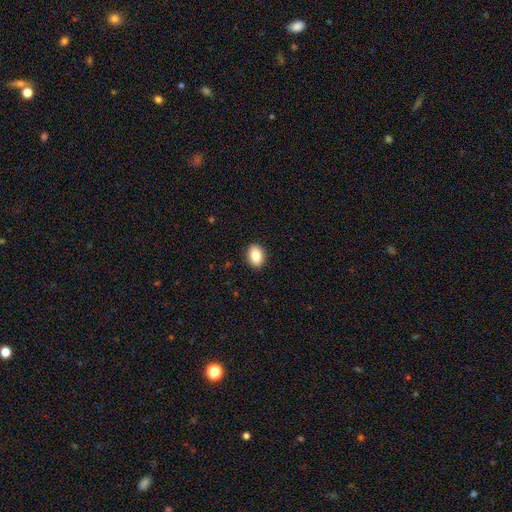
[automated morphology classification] Smooth or featured? smooth (85%)
How rounded? in between (70%)
Merging? none (90%)